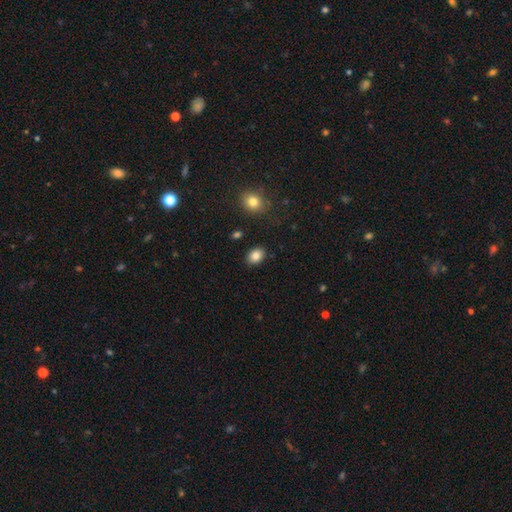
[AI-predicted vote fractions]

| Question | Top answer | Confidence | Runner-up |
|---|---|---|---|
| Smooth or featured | smooth | 84% | star or artifact (9%) |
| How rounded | in between | 74% | round (25%) |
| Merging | none | 87% | minor disturbance (9%) |